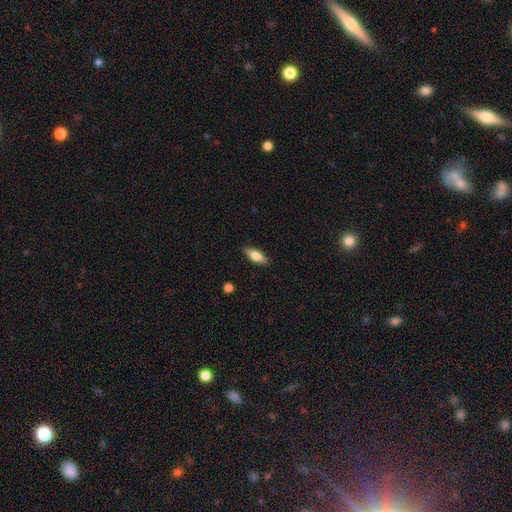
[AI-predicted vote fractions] Smooth or featured?
  - smooth: 71% *
  - featured or disk: 23%
  - star or artifact: 6%
How rounded?
  - in between: 73% *
  - cigar-shaped: 24%
  - round: 3%
Merging?
  - none: 87% *
  - minor disturbance: 10%
  - major disturbance: 2%
  - merger: 1%